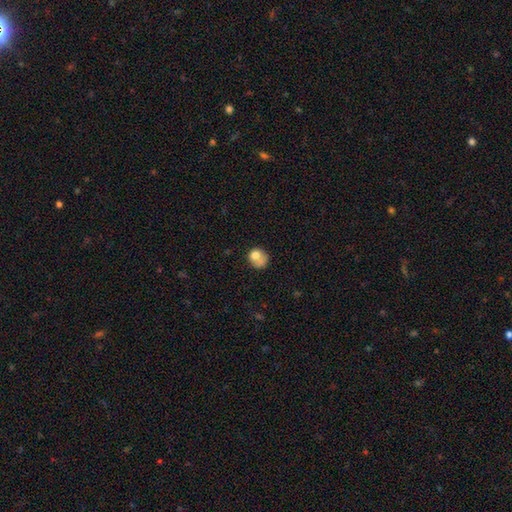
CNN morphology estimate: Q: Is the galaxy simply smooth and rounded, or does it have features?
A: smooth — 73%.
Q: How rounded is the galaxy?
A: round — 71%.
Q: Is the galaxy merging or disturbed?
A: none — 39%.